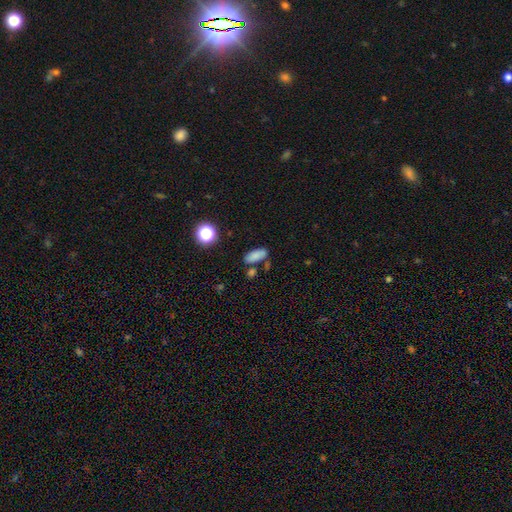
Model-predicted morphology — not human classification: smooth 81%, star or artifact 12%, featured or disk 7%. Down the decision tree: how rounded — in between (80%); merging — none (72%).